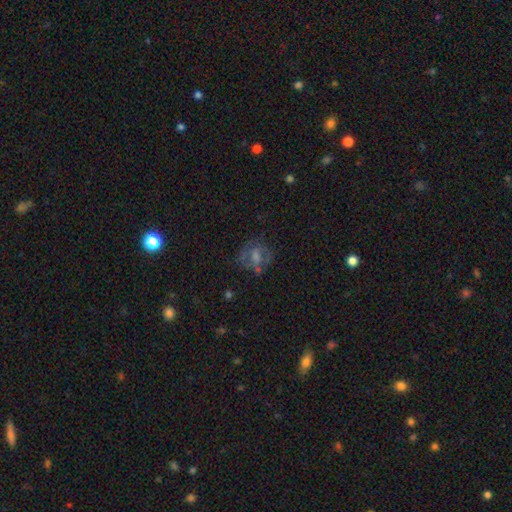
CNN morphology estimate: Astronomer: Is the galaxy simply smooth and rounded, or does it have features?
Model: featured or disk — 43% (runner-up: smooth, 36%).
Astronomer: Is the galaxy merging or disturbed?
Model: none — 62%.